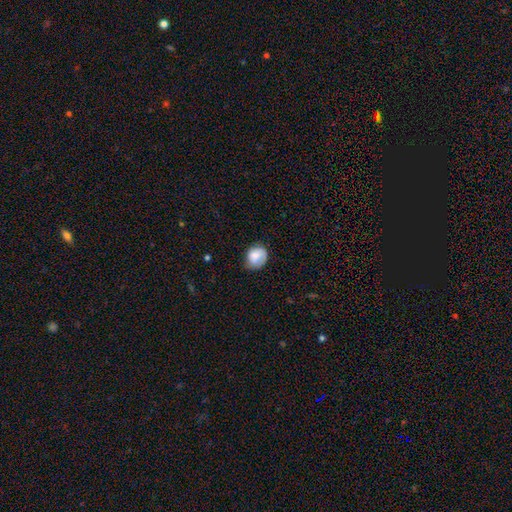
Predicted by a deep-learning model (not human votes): Smooth or featured?
  - smooth: 74% *
  - featured or disk: 19%
  - star or artifact: 7%
How rounded?
  - round: 65% *
  - in between: 34%
  - cigar-shaped: 1%
Merging?
  - none: 60% *
  - minor disturbance: 29%
  - major disturbance: 10%
  - merger: 2%